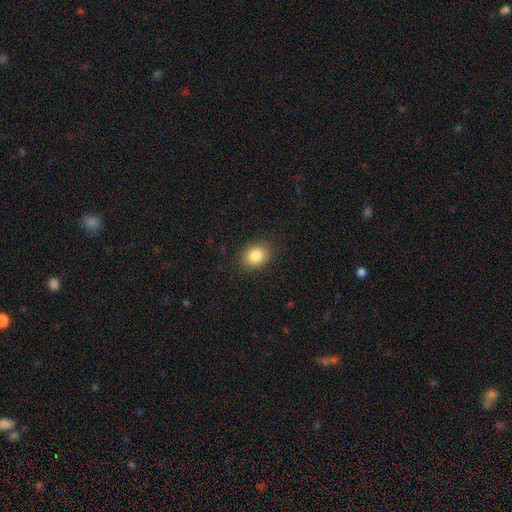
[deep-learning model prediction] This appears to be a smooth galaxy with no disk features (84%) that is in between round and cigar-shaped (50%). Merging: none (87%).